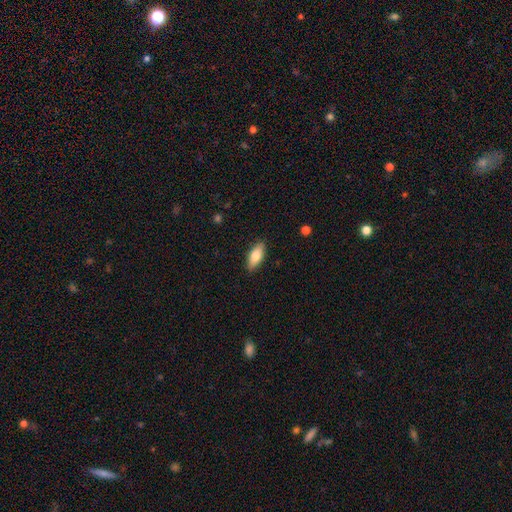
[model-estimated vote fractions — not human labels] Overall: smooth (77%). How rounded: in between (80%). Merging: none (88%).